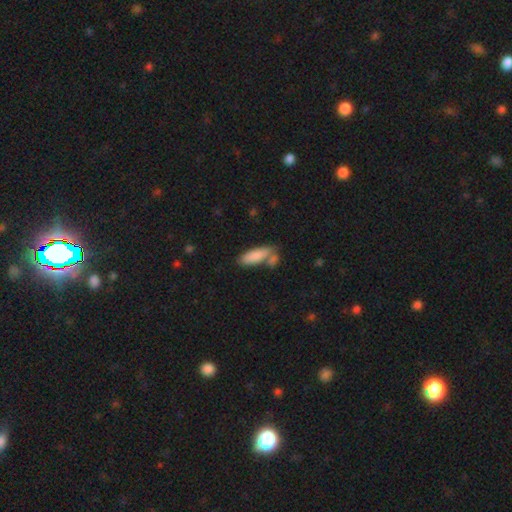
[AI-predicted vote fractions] This is clearly a smooth galaxy (84%). How rounded: possibly in between (59%). Merging: possibly none (55%).